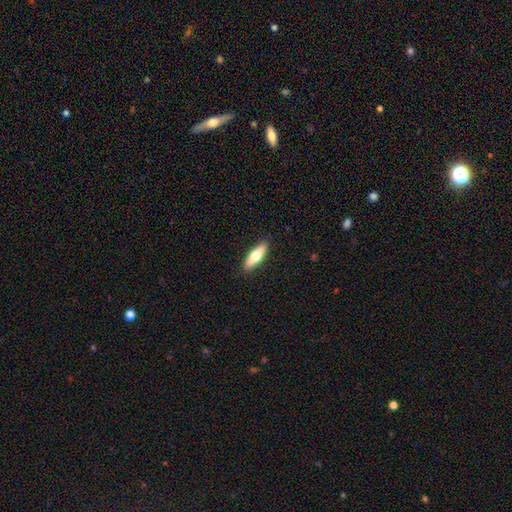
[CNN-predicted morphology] Smooth or featured: smooth — 60% (featured or disk — 35%)
How rounded: cigar-shaped — 58% (in between — 40%)
Merging: none — 90% (minor disturbance — 7%)